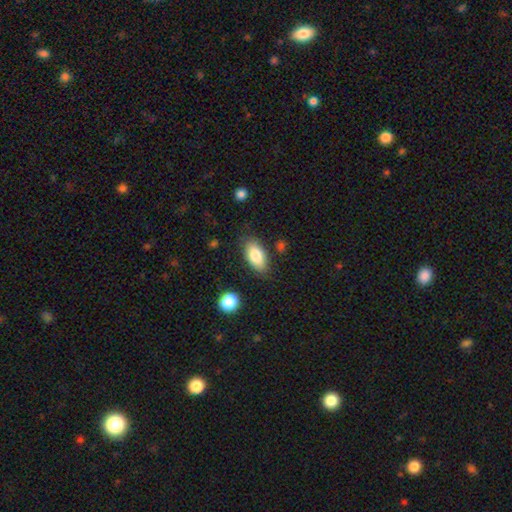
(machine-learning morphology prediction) Smooth or featured? Predicted: smooth (p=0.83). How rounded? Predicted: in between (p=0.91). Merging? Predicted: none (p=0.81).